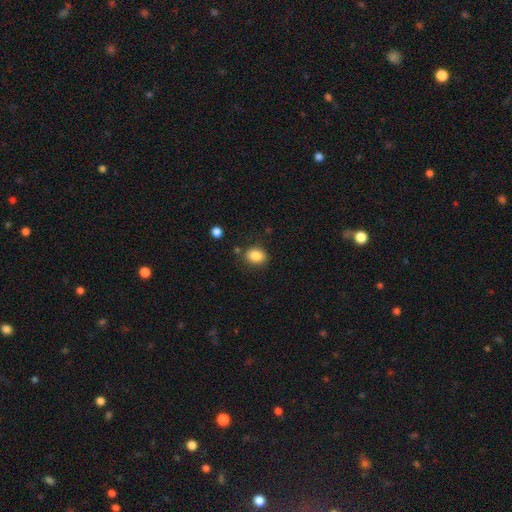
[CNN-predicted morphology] A smooth galaxy with no disk features (85%) that is in between round and cigar-shaped (59%). Merging: none (80%).